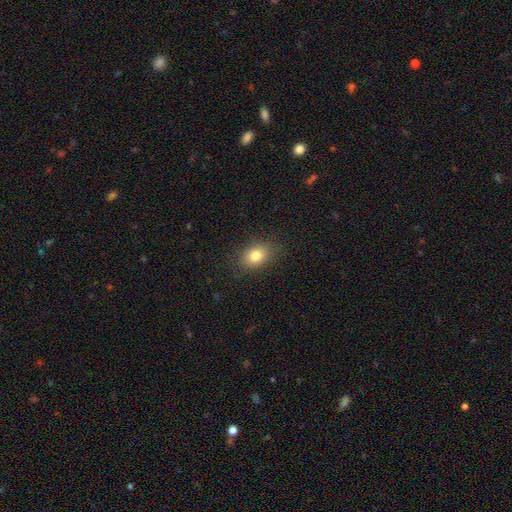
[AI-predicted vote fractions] smooth_or_featured: smooth (p=0.81) [alt: star or artifact p=0.10]
how_rounded: in between (p=0.75) [alt: round p=0.24]
merging: none (p=0.86) [alt: minor disturbance p=0.10]